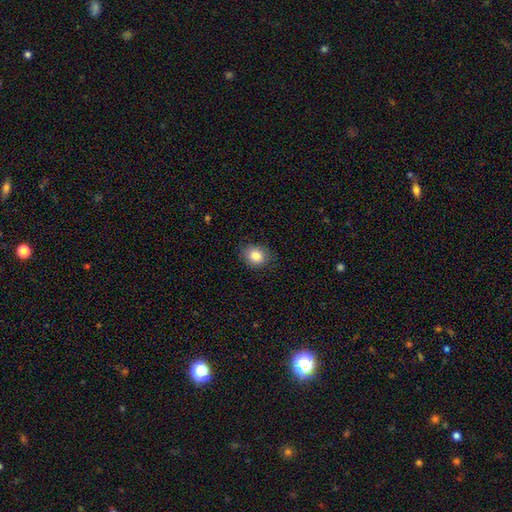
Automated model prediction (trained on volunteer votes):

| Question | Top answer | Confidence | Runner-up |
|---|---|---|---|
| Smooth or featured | smooth | 85% | star or artifact (9%) |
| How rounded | round | 58% | in between (41%) |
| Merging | none | 85% | minor disturbance (11%) |